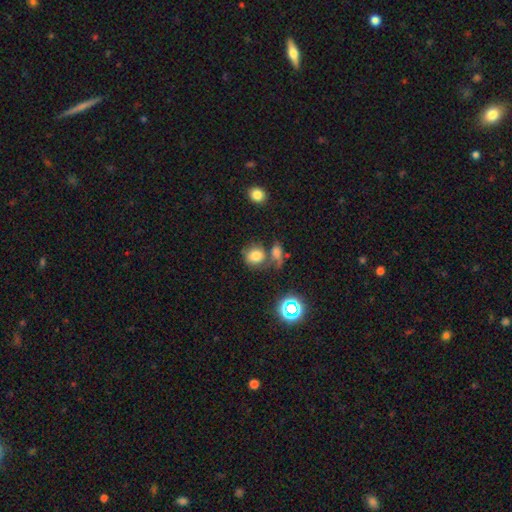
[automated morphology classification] Smooth or featured? smooth (75%)
How rounded? round (74%)
Merging? none (51%)